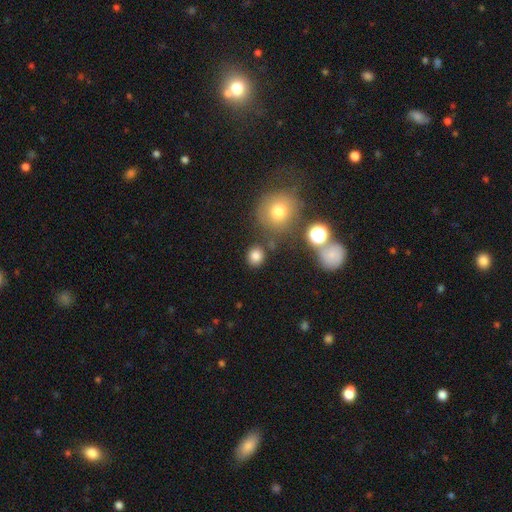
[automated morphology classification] Smooth or featured: smooth — 80% (star or artifact — 14%)
How rounded: round — 86% (in between — 13%)
Merging: none — 82% (minor disturbance — 9%)